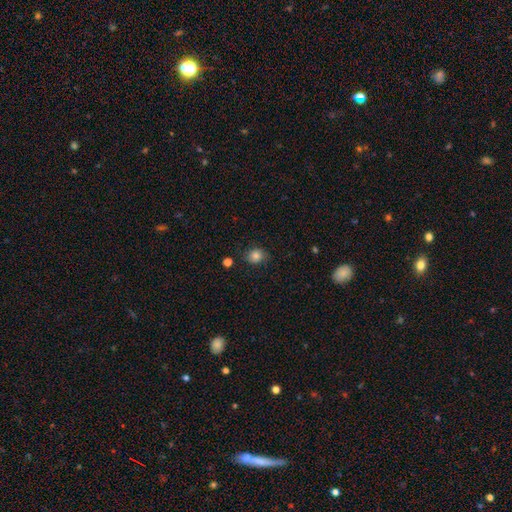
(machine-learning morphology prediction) smooth 82%, star or artifact 11%, featured or disk 8%. Down the decision tree: how rounded — round (64%); merging — none (78%).